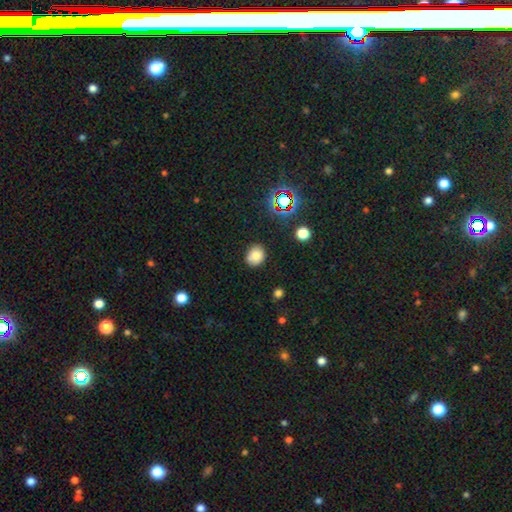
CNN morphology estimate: Smooth or featured? smooth (80%)
How rounded? round (59%)
Merging? none (81%)